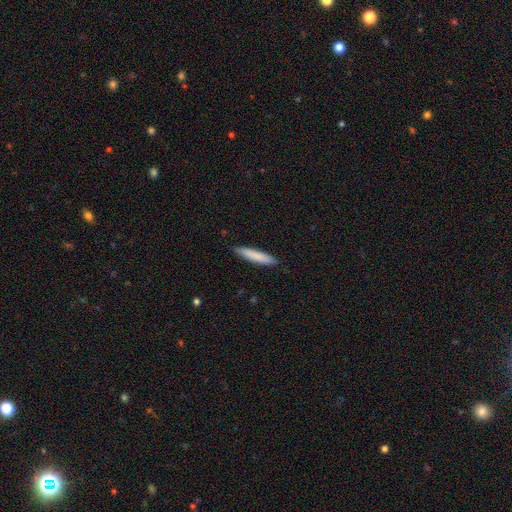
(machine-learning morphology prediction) smooth-or-featured: smooth: 82% | featured or disk: 13% | star or artifact: 5%
  how-rounded: cigar-shaped: 91% | in between: 8% | round: 1%
  merging: none: 88% | minor disturbance: 9% | major disturbance: 2% | merger: 1%